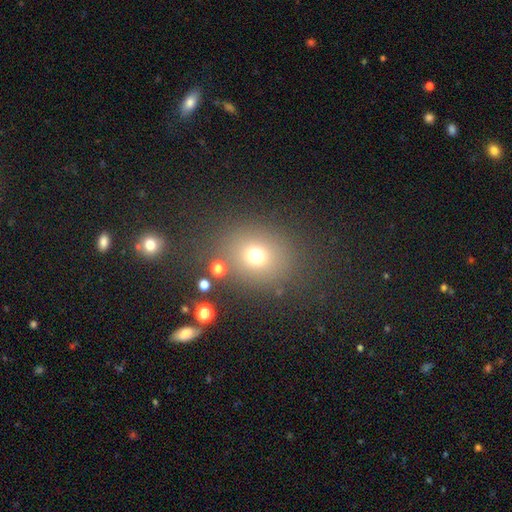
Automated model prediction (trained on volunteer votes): smooth-or-featured: smooth: 70% | star or artifact: 19% | featured or disk: 10%
  how-rounded: round: 72% | in between: 27% | cigar-shaped: 1%
  merging: none: 79% | minor disturbance: 10% | major disturbance: 6% | merger: 5%